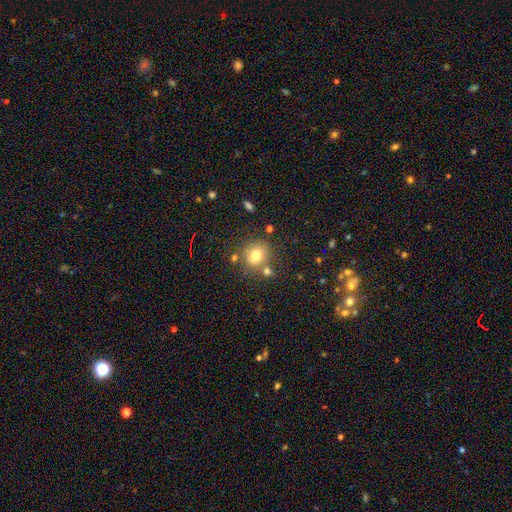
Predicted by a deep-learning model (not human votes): This appears to be a smooth galaxy with no disk features (77%) that is round (68%). Merging: none (69%).